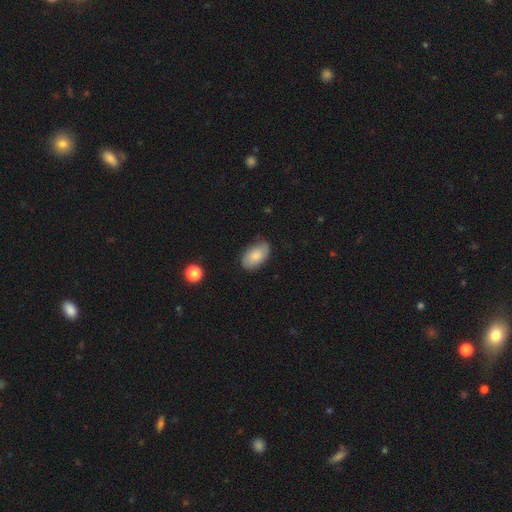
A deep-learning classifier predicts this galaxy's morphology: smooth 80%, featured or disk 14%, star or artifact 7%. Down the decision tree: how rounded — in between (94%); merging — none (75%).